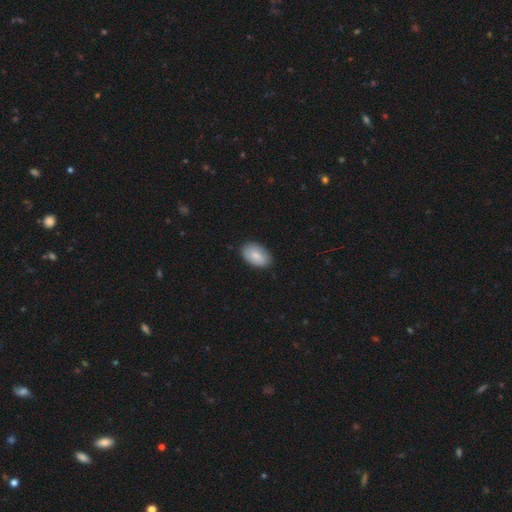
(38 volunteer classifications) Morphology: type=smooth (66%); roundness=in between (88%); merging=none (80%).